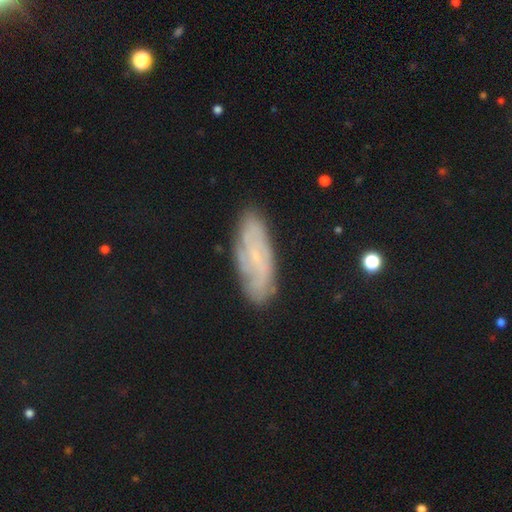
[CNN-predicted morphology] This is likely a featured or disk galaxy (62%). It is clearly not viewed edge-on (84%). Bar: possibly no (55%). Spiral arm pattern: clearly yes (82%). Central bulge: likely small (75%). Merging: clearly none (81%).